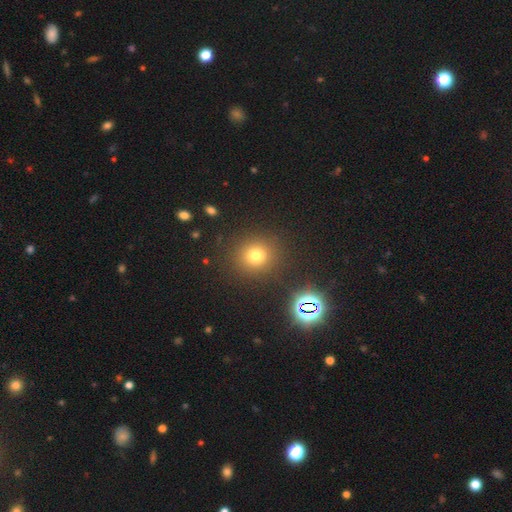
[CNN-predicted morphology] Smooth or featured: smooth — 73% (star or artifact — 20%)
How rounded: round — 89% (in between — 10%)
Merging: none — 87% (minor disturbance — 7%)